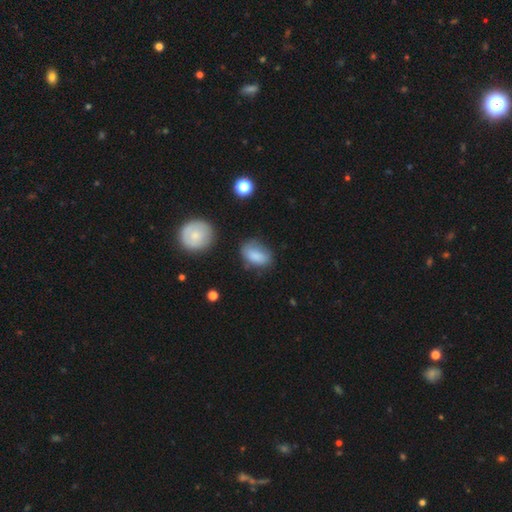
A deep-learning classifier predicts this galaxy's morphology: Smooth or featured? Predicted: smooth (p=0.82). How rounded? Predicted: in between (p=0.86). Merging? Predicted: none (p=0.62).